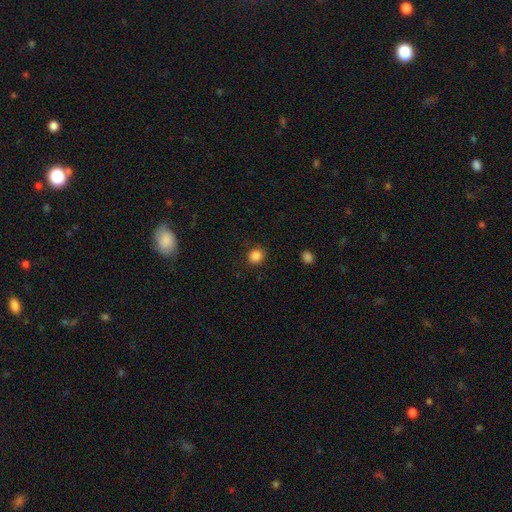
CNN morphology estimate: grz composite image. It shows a smooth galaxy with no disk features (85%) that is round (89%). Merging: none (90%).